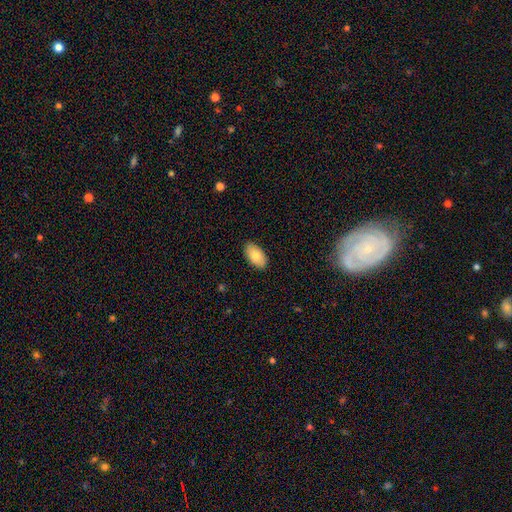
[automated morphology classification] Overall: smooth (79%). How rounded: in between (95%). Merging: none (88%).